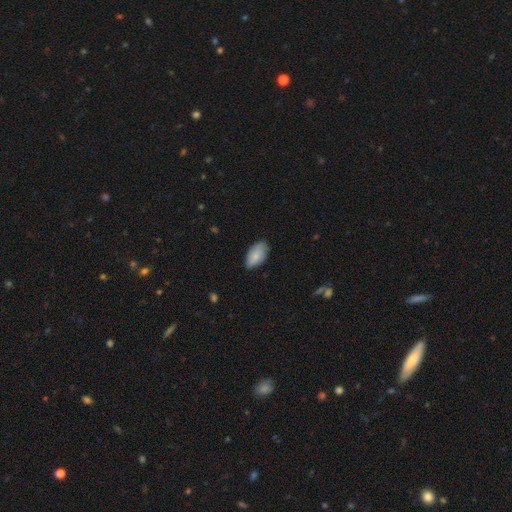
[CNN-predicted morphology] Smooth or featured? Predicted: smooth (p=0.77). How rounded? Predicted: in between (p=0.94). Merging? Predicted: none (p=0.71).